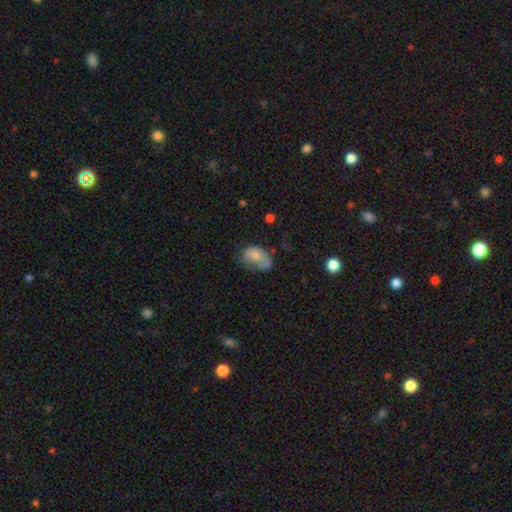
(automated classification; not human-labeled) smooth 69%, featured or disk 22%, star or artifact 9%. Down the decision tree: how rounded — in between (81%); merging — none (34%).